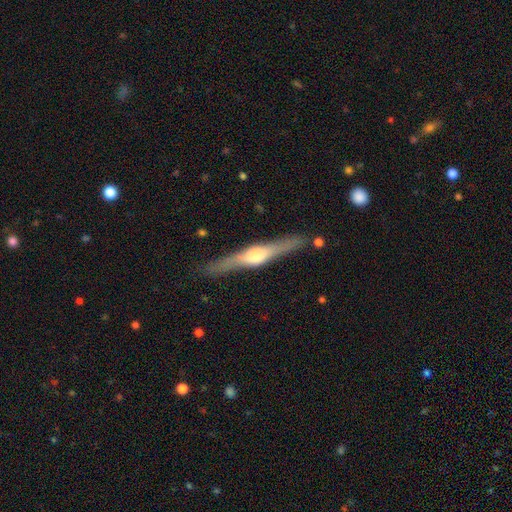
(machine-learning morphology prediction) smooth_or_featured: featured or disk (p=0.75) [alt: smooth p=0.20]
disk_edge_on: yes (p=0.97) [alt: no p=0.03]
edge_on_bulge: rounded (p=0.83) [alt: boxy p=0.14]
merging: none (p=0.85) [alt: minor disturbance p=0.10]